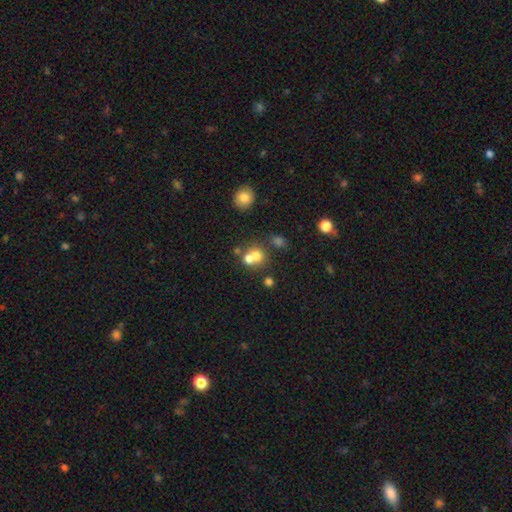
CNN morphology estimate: Smooth or featured: smooth — 67% (featured or disk — 17%)
How rounded: round — 79% (in between — 20%)
Merging: merger — 53% (none — 36%)